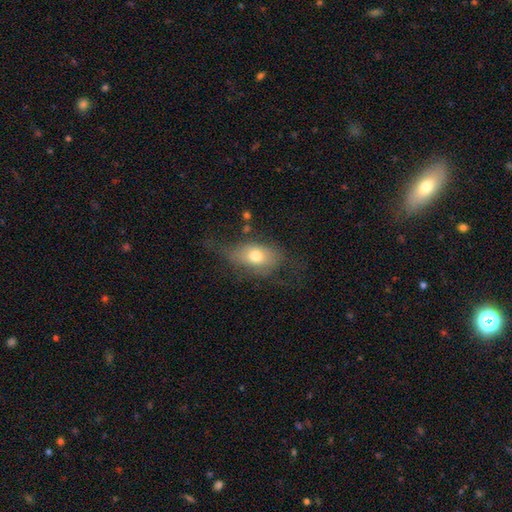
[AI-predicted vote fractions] A smooth galaxy with no disk features (67%) that is in between round and cigar-shaped (83%). Merging: none (44%).